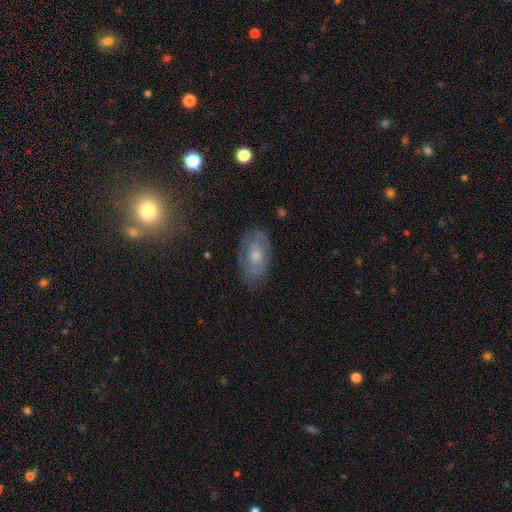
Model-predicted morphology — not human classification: This is possibly a featured or disk galaxy (51%). It is clearly not viewed edge-on (92%). Merging: likely none (76%).